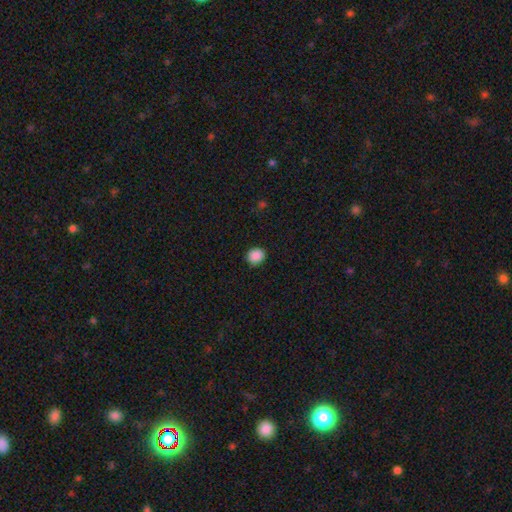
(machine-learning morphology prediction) smooth 89%, star or artifact 9%, featured or disk 2%. Down the decision tree: how rounded — round (76%); merging — none (88%).